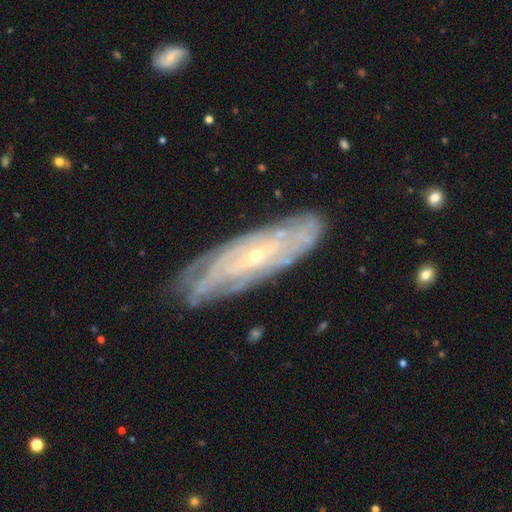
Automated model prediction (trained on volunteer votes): A featured or disk galaxy (83%) with no bar (56%), tight (74%) spiral arms (90%) and a small central bulge (80%). Merging: none (78%).